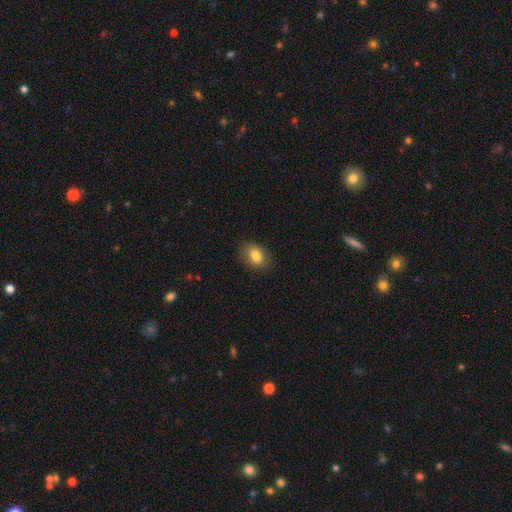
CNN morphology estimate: Smooth or featured?
  - smooth: 82% *
  - featured or disk: 10%
  - star or artifact: 8%
How rounded?
  - in between: 78% *
  - round: 21%
  - cigar-shaped: 1%
Merging?
  - none: 84% *
  - minor disturbance: 12%
  - major disturbance: 3%
  - merger: 1%